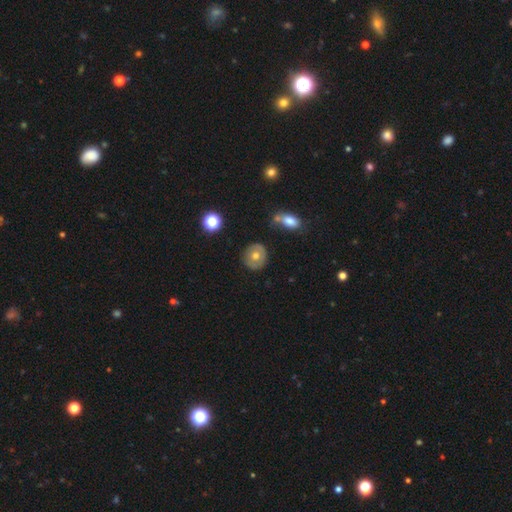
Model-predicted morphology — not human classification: A smooth galaxy with no disk features (56%) that is round (81%). Merging: none (77%).